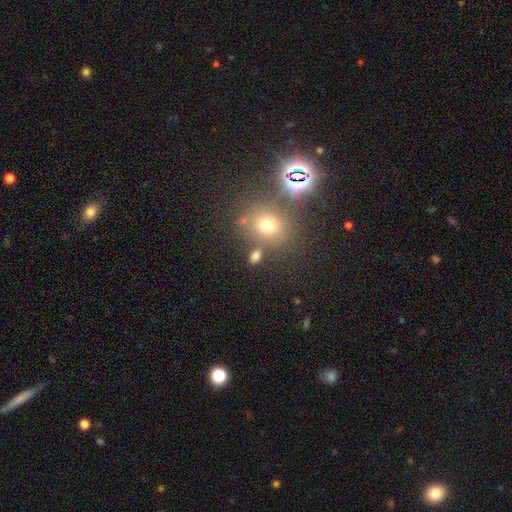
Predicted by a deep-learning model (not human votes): Q: Smooth or featured?
A: smooth (72%); runner-up: star or artifact (19%)
Q: How rounded?
A: in between (65%); runner-up: round (32%)
Q: Merging?
A: none (73%); runner-up: merger (11%)